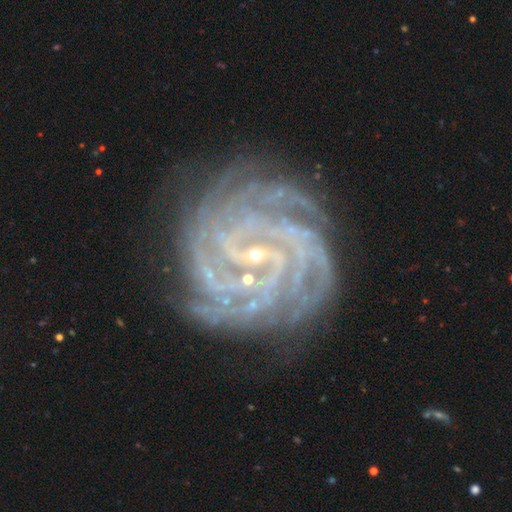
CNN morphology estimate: Smooth or featured?
  - featured or disk: 90% *
  - star or artifact: 6%
  - smooth: 4%
Edge-on disk?
  - no: 98% *
  - yes: 2%
Bar?
  - weak: 44% *
  - strong: 30%
  - no: 27%
Spiral arms?
  - yes: 98% *
  - no: 2%
Spiral winding?
  - tight: 84% *
  - medium: 14%
  - loose: 2%
Spiral arm count?
  - more than 4: 38% *
  - 4: 21%
  - can't tell: 15%
  - 3: 10%
  - 2: 8%
  - 1: 8%
Bulge size?
  - small: 81% *
  - moderate: 13%
  - none: 4%
  - large: 1%
  - dominant: 1%
Merging?
  - none: 80% *
  - minor disturbance: 13%
  - major disturbance: 5%
  - merger: 2%